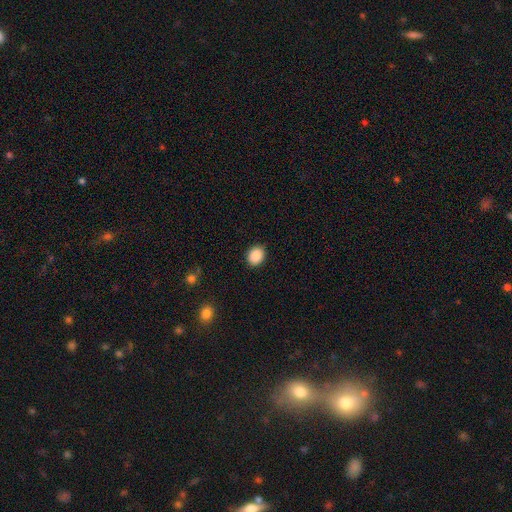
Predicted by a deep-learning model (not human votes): A smooth galaxy with no disk features (89%) that is round (59%).

Vote fractions:
- Smooth or featured? smooth: 89% / star or artifact: 8% / featured or disk: 2%
- How rounded? round: 59% / in between: 40% / cigar-shaped: 1%
- Merging? none: 91% / minor disturbance: 6% / major disturbance: 2% / merger: 1%